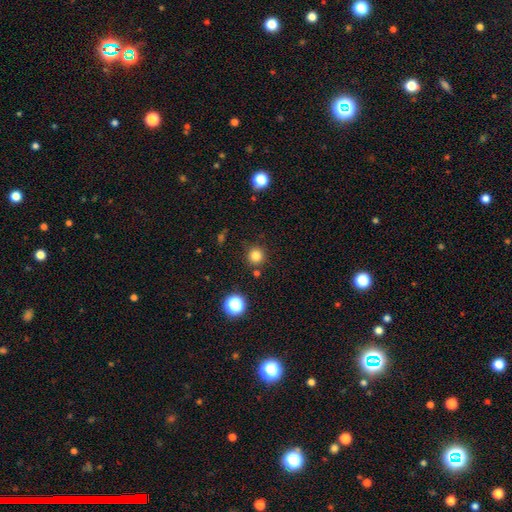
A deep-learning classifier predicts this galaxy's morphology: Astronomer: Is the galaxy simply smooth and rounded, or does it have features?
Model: smooth — 81%.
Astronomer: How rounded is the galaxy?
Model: round — 95%.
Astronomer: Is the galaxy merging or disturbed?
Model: none — 86%.